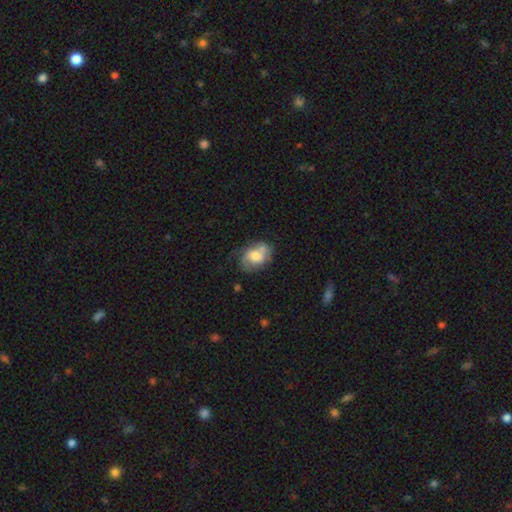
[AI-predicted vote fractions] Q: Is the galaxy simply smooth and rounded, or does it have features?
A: smooth — 48%.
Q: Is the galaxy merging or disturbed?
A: none — 43%.